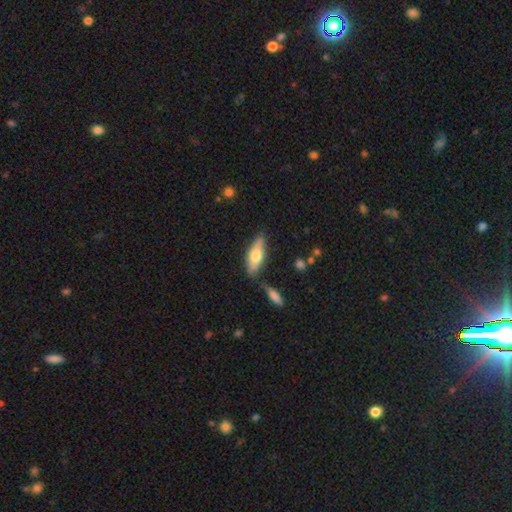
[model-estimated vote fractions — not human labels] Smooth or featured: smooth — 62% (featured or disk — 32%)
How rounded: in between — 65% (cigar-shaped — 33%)
Merging: none — 74% (minor disturbance — 15%)